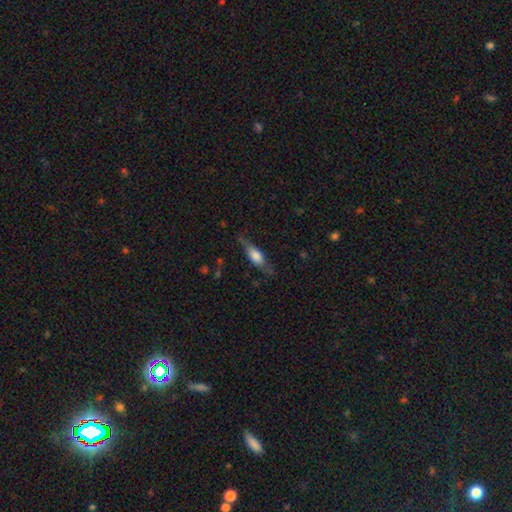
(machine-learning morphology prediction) This is possibly a smooth galaxy (57%). How rounded: possibly in between (58%). Merging: likely none (66%).